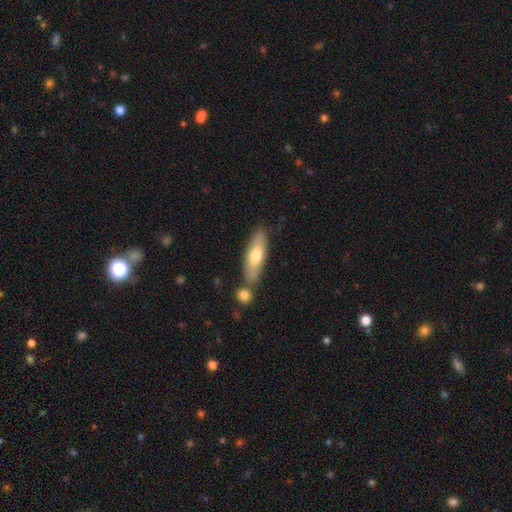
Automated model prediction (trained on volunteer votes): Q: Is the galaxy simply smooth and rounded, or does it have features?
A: smooth — 65%.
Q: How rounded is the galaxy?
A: in between — 50%.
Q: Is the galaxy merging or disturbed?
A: none — 67%.